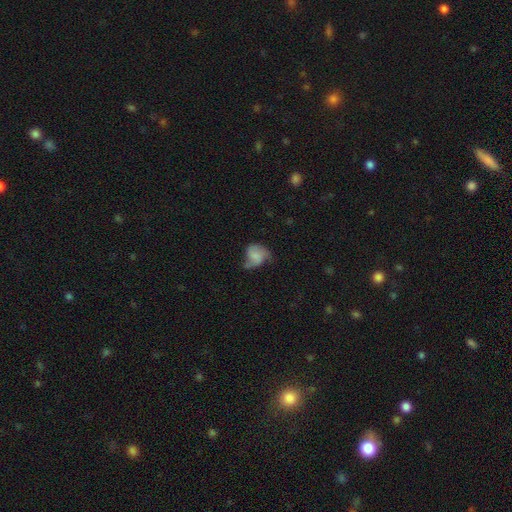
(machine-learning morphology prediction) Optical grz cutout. It shows a smooth galaxy with no disk features (49%). Merging: none (34%, tied with minor disturbance).